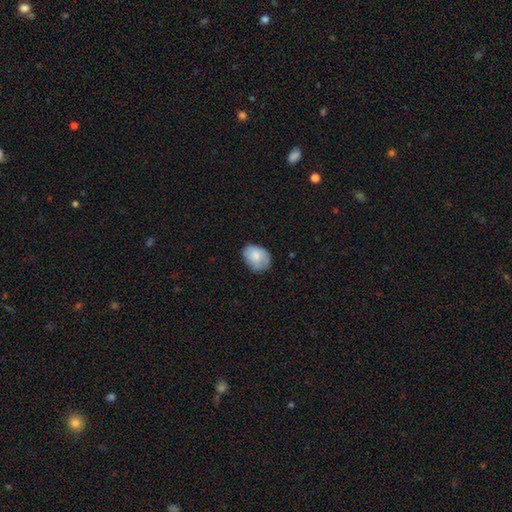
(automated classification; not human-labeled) Smooth or featured: smooth — 81% (featured or disk — 12%)
How rounded: in between — 67% (round — 32%)
Merging: none — 69% (minor disturbance — 24%)